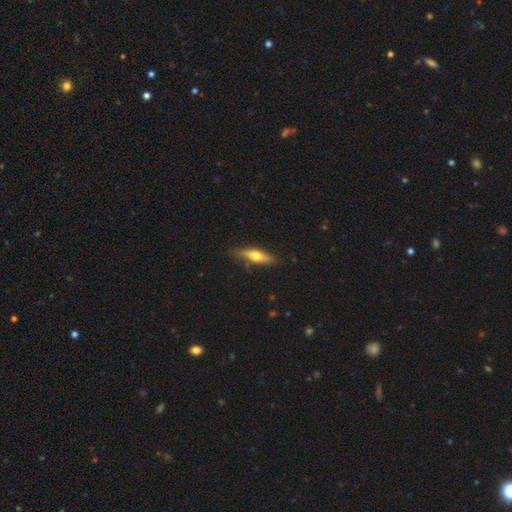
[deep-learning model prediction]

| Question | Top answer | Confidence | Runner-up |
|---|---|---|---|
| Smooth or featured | smooth | 50% | featured or disk (44%) |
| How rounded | cigar-shaped | 66% | in between (31%) |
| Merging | none | 80% | minor disturbance (15%) |